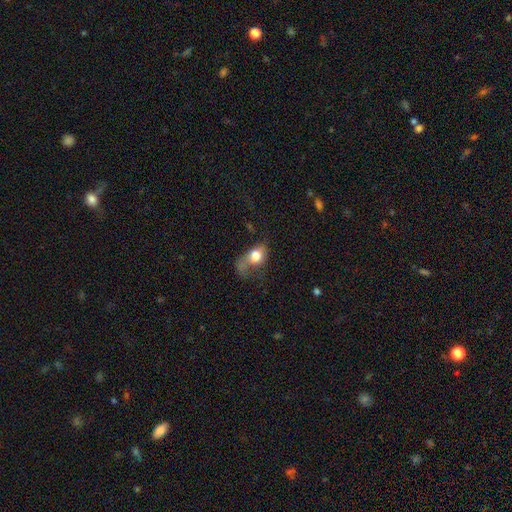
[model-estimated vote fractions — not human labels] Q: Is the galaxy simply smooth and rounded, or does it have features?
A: smooth — 66%.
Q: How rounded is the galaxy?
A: in between — 63%.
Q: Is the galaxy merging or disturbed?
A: major disturbance — 50%.